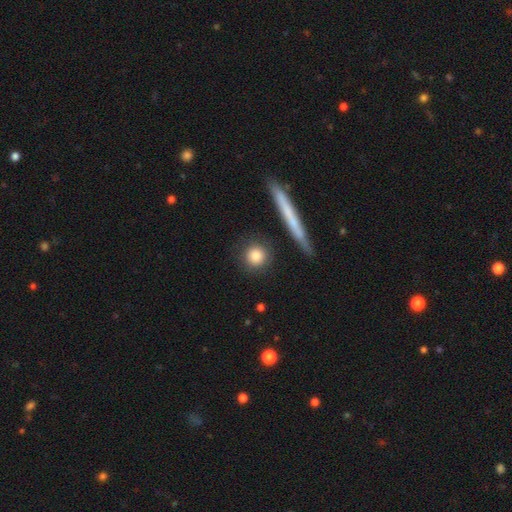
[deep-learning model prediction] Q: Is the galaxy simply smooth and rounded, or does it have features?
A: smooth — 83%.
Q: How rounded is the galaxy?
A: round — 88%.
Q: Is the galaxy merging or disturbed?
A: none — 85%.